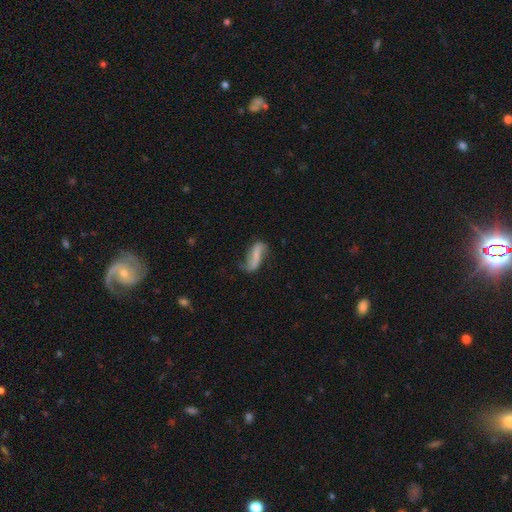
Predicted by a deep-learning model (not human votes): The model was most divided on "bar": strong: 43%, weak: 29%, no: 28%. Remaining: edge-on disk — no (91%); spiral arms — yes (85%); smooth or featured — featured or disk (59%); merging — none (51%); bulge size — none (49%).